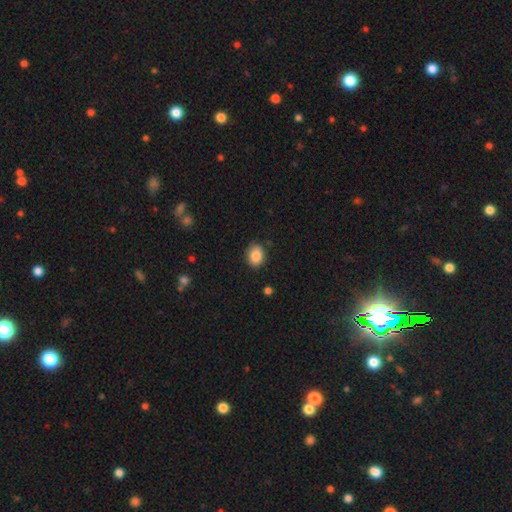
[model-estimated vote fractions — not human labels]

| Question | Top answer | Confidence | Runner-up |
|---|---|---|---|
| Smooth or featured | smooth | 87% | star or artifact (8%) |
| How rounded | in between | 59% | round (40%) |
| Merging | none | 86% | minor disturbance (11%) |